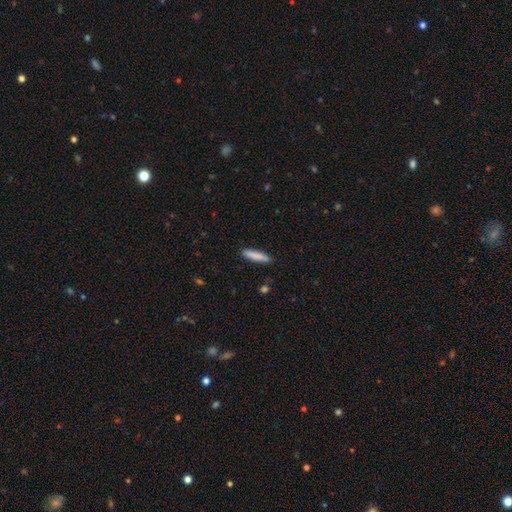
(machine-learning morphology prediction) Smooth or featured? smooth (85%)
How rounded? cigar-shaped (86%)
Merging? none (87%)